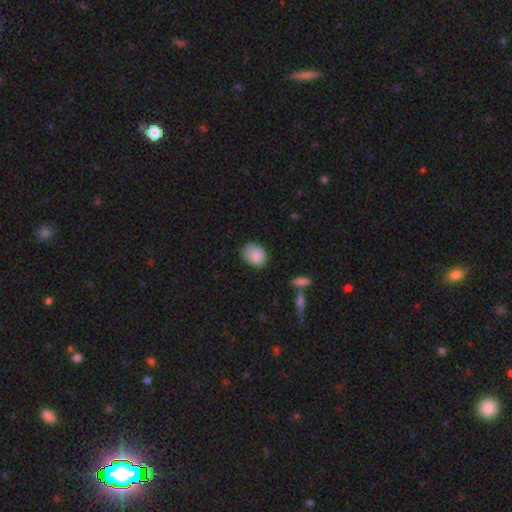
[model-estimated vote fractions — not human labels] Q: Smooth or featured?
A: smooth (84%); runner-up: featured or disk (9%)
Q: How rounded?
A: in between (54%); runner-up: round (45%)
Q: Merging?
A: none (62%); runner-up: minor disturbance (29%)